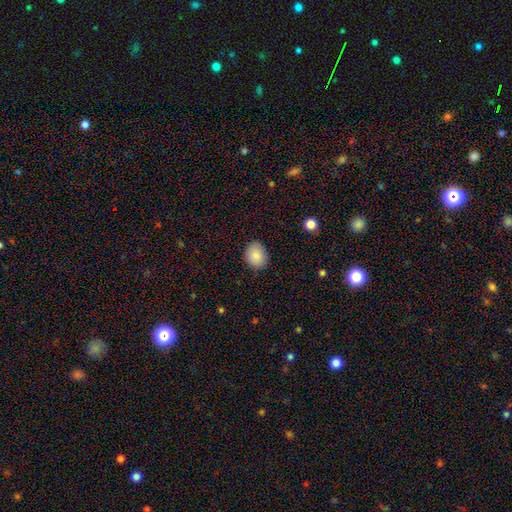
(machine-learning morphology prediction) Overall: smooth (87%). How rounded: round (56%; in between 43%). Merging: none (82%).